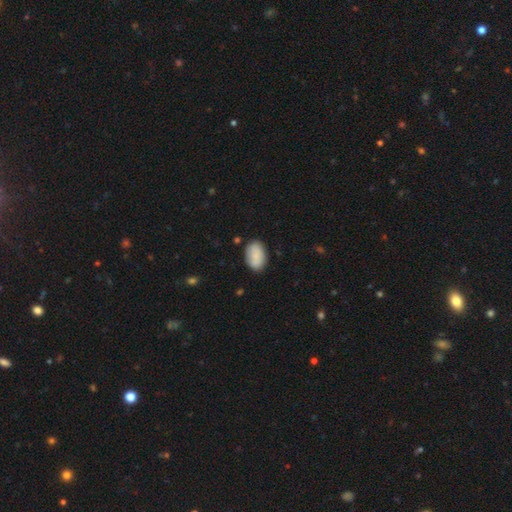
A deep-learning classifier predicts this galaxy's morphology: This appears to be a smooth galaxy with no disk features (88%) that is in between round and cigar-shaped (92%). Merging: none (83%).